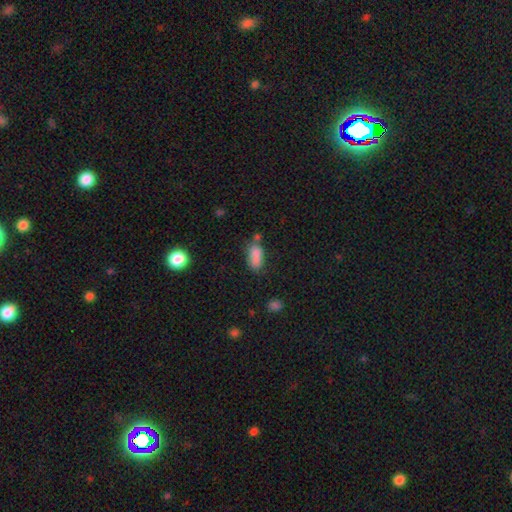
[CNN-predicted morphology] type=smooth (81%); roundness=in between (84%); merging=none (50%).